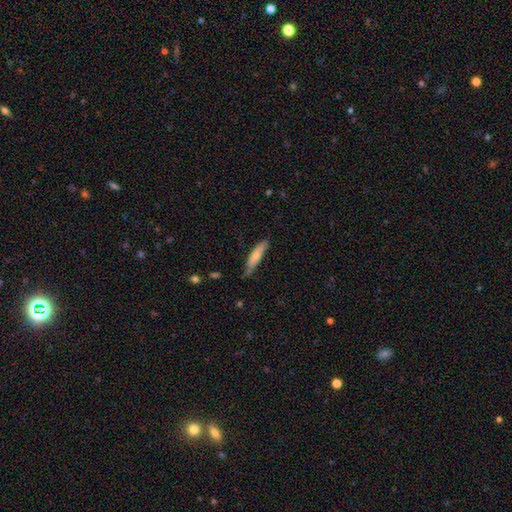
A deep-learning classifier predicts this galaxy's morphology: smooth 67%, featured or disk 27%, star or artifact 6%. Down the decision tree: how rounded — cigar-shaped (74%); merging — none (65%).